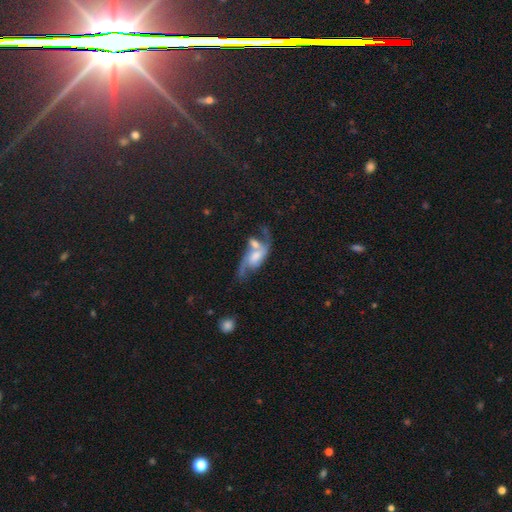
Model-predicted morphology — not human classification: This appears to be a featured or disk galaxy (70%) with no bar (50%), 2 (85%) loose (63%) spiral arms (87%) and a moderate central bulge (38%). Merging: merger (43%).